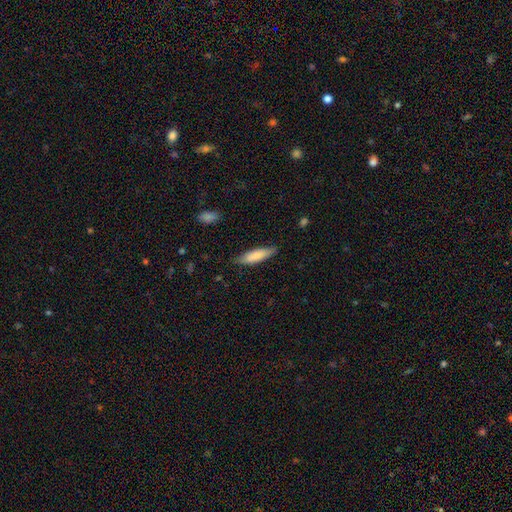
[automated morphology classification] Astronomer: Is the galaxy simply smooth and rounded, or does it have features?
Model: smooth — 82%.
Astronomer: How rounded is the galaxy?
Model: cigar-shaped — 64%.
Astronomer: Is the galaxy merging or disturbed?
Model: none — 82%.